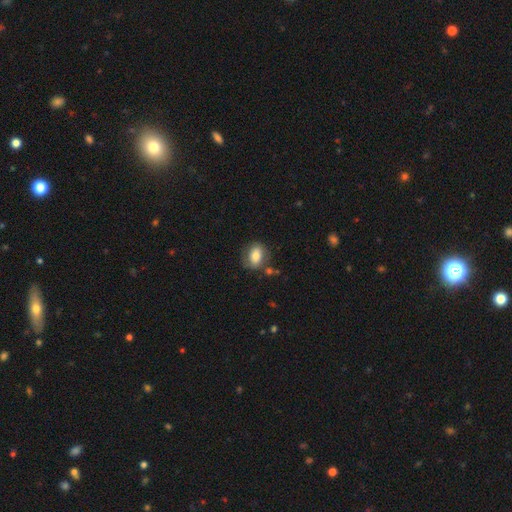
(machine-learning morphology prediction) This appears to be a smooth galaxy with no disk features (72%) that is in between round and cigar-shaped (71%). Merging: none (67%).